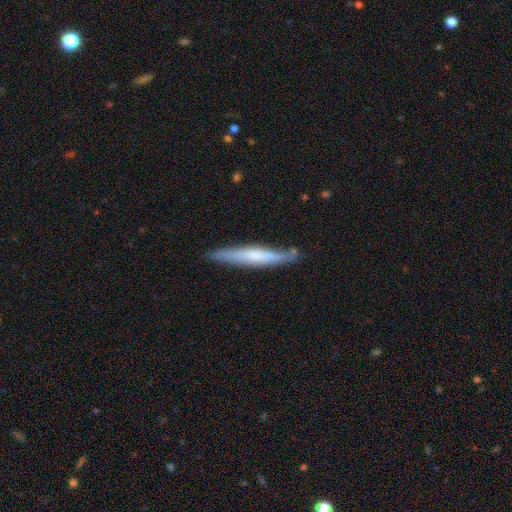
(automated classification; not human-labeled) The model was most divided on "smooth or featured": smooth: 50%, featured or disk: 44%, star or artifact: 6%. More confident: how rounded — cigar-shaped (94%); merging — none (81%).